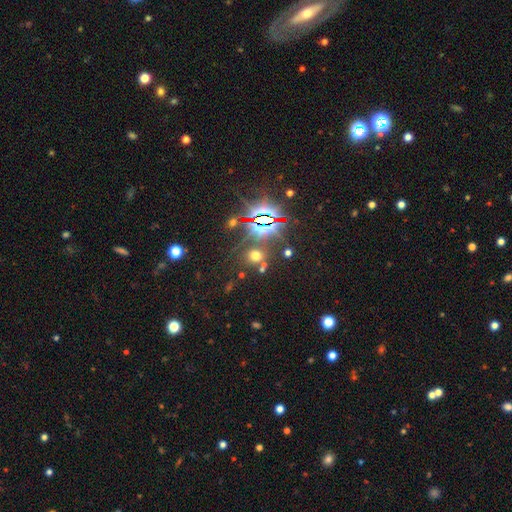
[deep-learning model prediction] This is possibly a smooth galaxy (46%). Merging: likely none (72%).